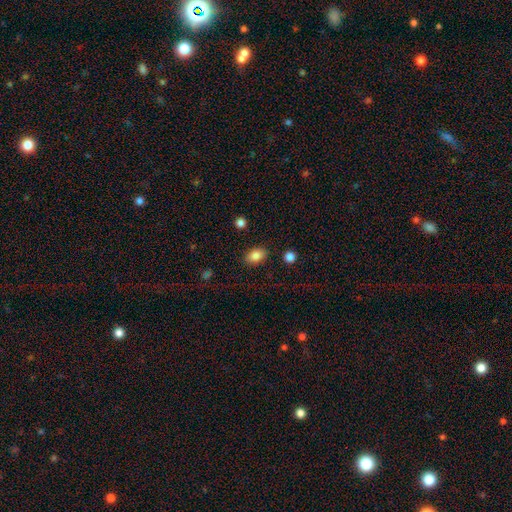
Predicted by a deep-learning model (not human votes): A smooth galaxy with no disk features (86%) that is in between round and cigar-shaped (84%). Merging: none (87%).